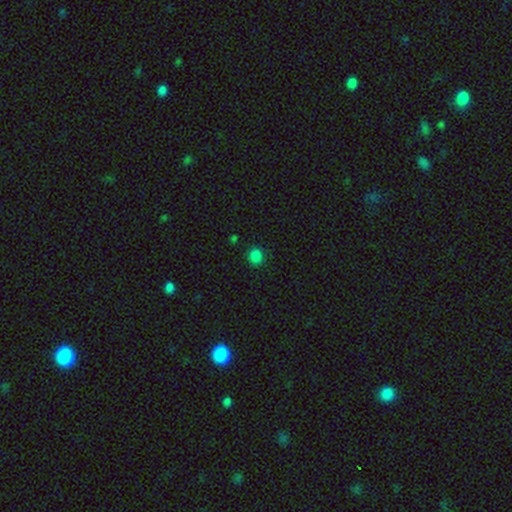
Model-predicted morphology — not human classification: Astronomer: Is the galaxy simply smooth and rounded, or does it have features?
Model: smooth — 83%.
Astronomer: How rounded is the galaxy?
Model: round — 77%.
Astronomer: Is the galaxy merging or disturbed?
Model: none — 88%.